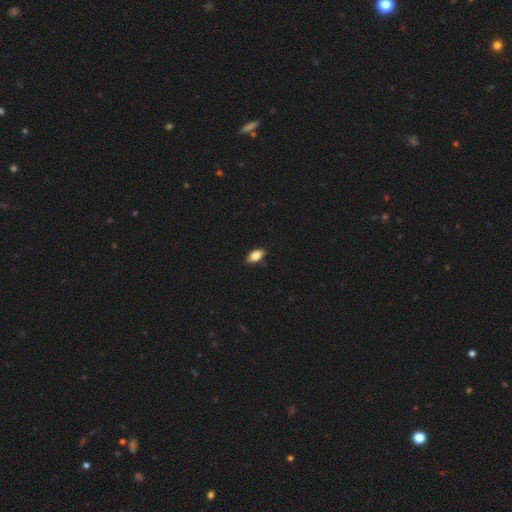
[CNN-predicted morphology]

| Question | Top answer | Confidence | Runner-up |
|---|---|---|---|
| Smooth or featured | smooth | 80% | featured or disk (13%) |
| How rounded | in between | 89% | cigar-shaped (6%) |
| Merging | none | 86% | minor disturbance (11%) |